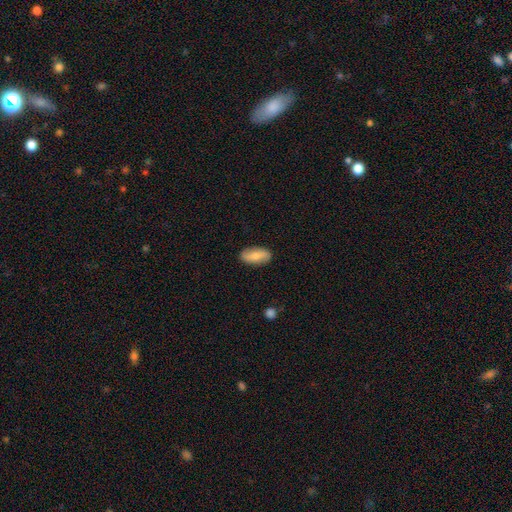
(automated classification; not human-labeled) The model was most divided on "smooth or featured": smooth: 63%, featured or disk: 31%, star or artifact: 6%. More confident: merging — none (86%); how rounded — in between (82%).